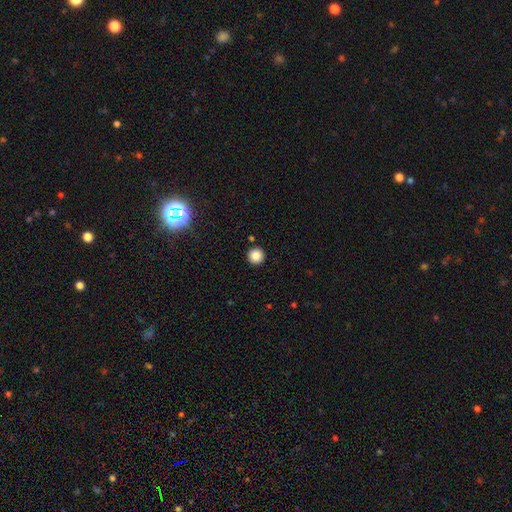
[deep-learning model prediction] A smooth galaxy with no disk features (85%) that is round (96%). Merging: none (93%).